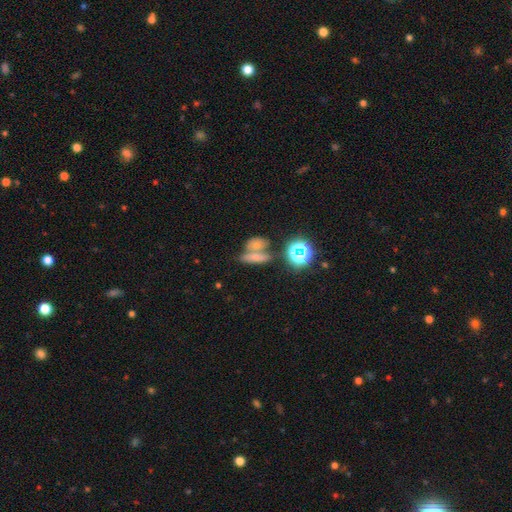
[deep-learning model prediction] A smooth galaxy with no disk features (65%) that is in between round and cigar-shaped (57%).

Vote fractions:
- Smooth or featured? smooth: 65% / star or artifact: 20% / featured or disk: 16%
- How rounded? in between: 57% / cigar-shaped: 22% / round: 21%
- Merging? merger: 51% / none: 35% / minor disturbance: 9% / major disturbance: 5%